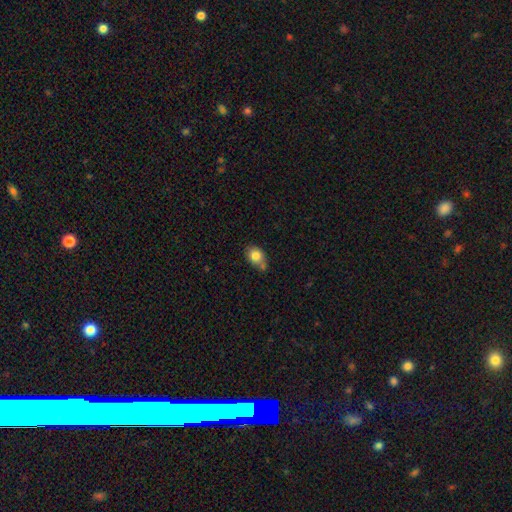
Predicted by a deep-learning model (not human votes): smooth_or_featured: smooth (p=0.81) [alt: featured or disk p=0.10]
how_rounded: in between (p=0.63) [alt: round p=0.35]
merging: none (p=0.49) [alt: minor disturbance p=0.25]